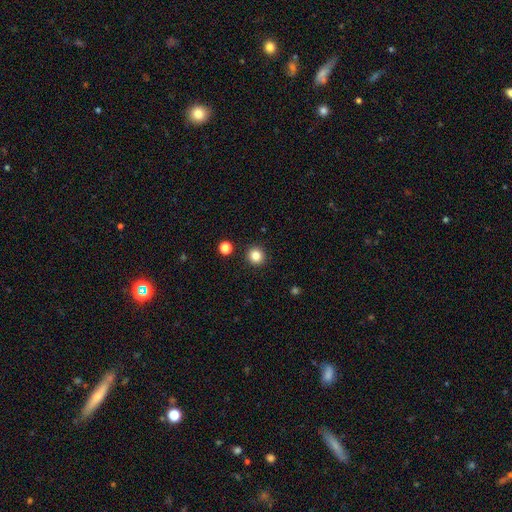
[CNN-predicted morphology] smooth_or_featured: smooth (p=0.84) [alt: star or artifact p=0.11]
how_rounded: round (p=0.92) [alt: in between p=0.07]
merging: none (p=0.92) [alt: minor disturbance p=0.05]